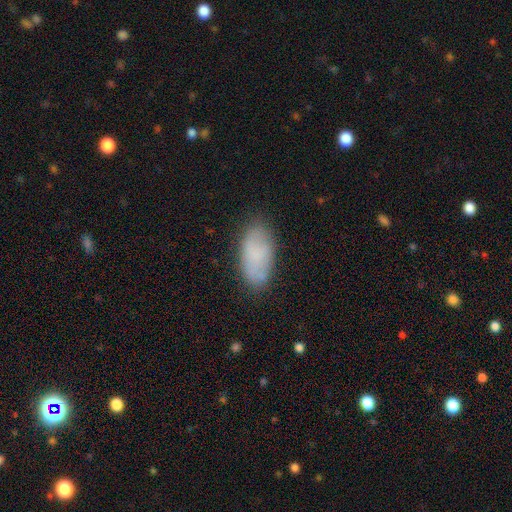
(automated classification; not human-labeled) Smooth or featured: smooth — 76% (featured or disk — 16%)
How rounded: in between — 93% (cigar-shaped — 4%)
Merging: none — 77% (minor disturbance — 17%)